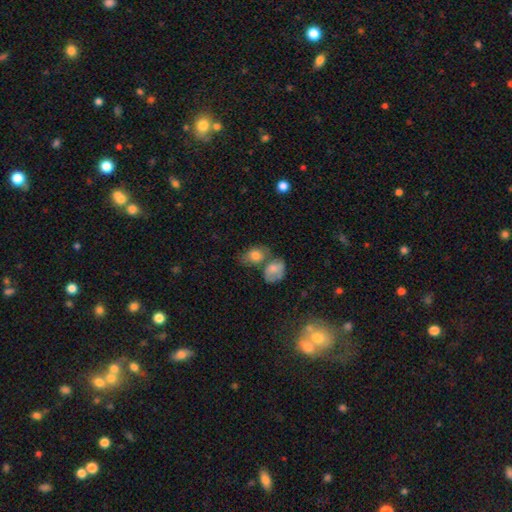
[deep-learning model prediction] Smooth or featured? Predicted: smooth (p=0.77). How rounded? Predicted: in between (p=0.65). Merging? Predicted: merger (p=0.44).